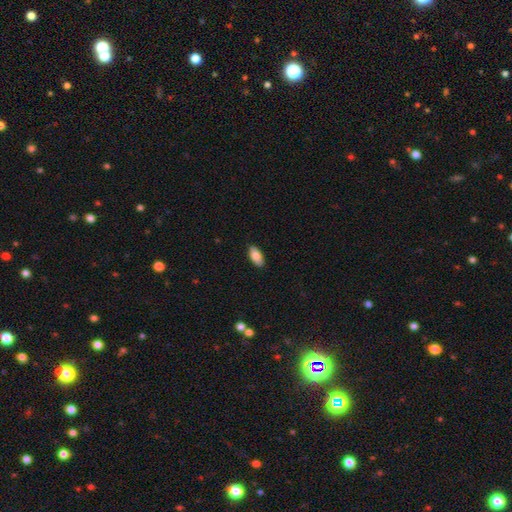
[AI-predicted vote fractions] Overall: smooth (84%). How rounded: in between (92%). Merging: none (89%).